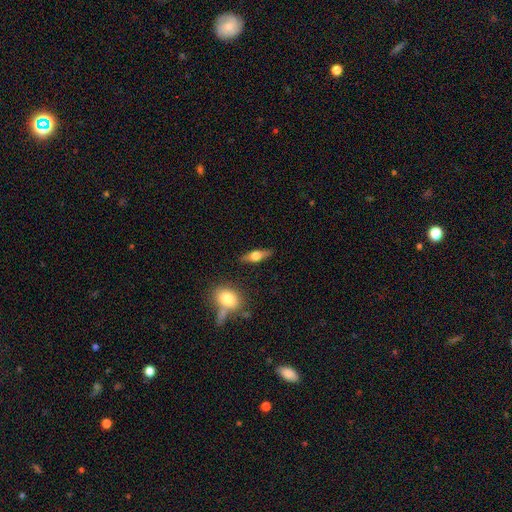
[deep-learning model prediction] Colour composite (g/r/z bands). It shows a featured or disk galaxy (56%) viewed edge-on (92%) with a rounded central bulge (94%). Merging: none (85%).